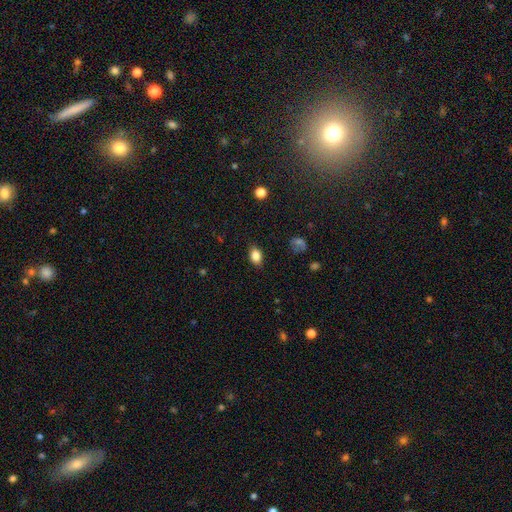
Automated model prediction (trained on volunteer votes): Smooth or featured: smooth — 84% (star or artifact — 9%)
How rounded: in between — 83% (round — 15%)
Merging: none — 85% (minor disturbance — 11%)